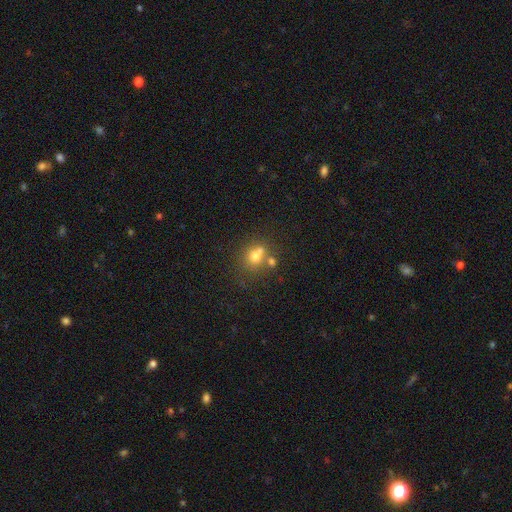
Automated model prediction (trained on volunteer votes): The model was most divided on "merging": none: 46%, merger: 37%, minor disturbance: 11%, major disturbance: 5%. More confident: how rounded — round (70%); smooth or featured — smooth (68%).